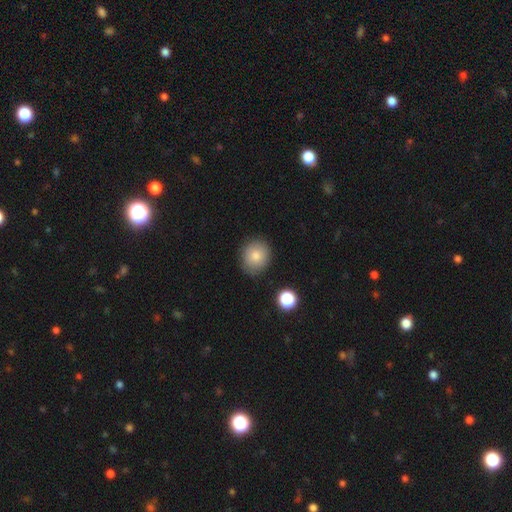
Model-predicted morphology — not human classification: A smooth galaxy with no disk features (82%) that is round (80%). Merging: none (84%).